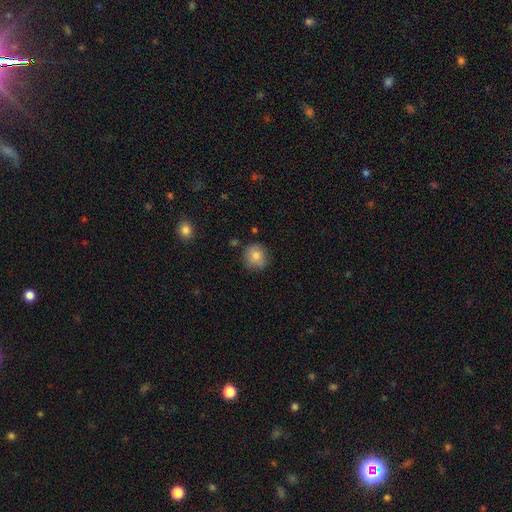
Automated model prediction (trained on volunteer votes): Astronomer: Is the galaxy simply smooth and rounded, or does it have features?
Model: smooth — 81%.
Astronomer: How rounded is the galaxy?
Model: round — 90%.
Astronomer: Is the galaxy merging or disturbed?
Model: none — 80%.